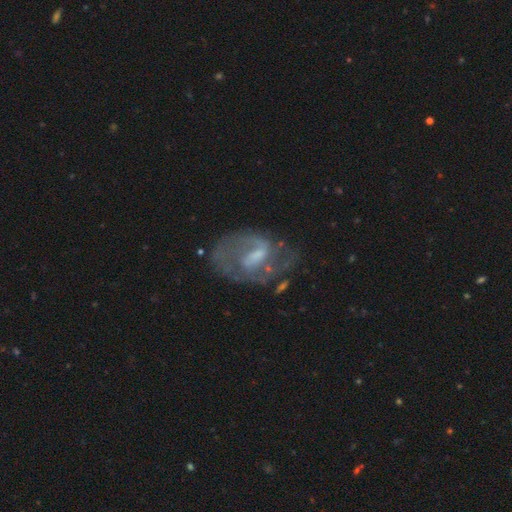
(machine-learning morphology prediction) This appears to be a featured or disk galaxy (78%) with a weak bar (54%), 2 (54%) medium (46%) spiral arms (81%) and a small central bulge (36%). Merging: none (50%).